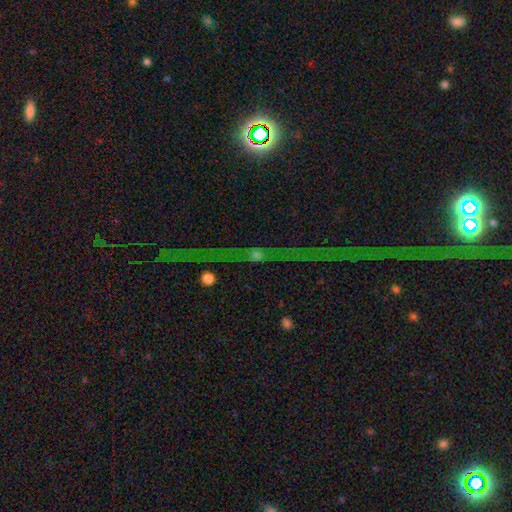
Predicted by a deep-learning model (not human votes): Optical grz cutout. It shows a star or artifact, not a galaxy (75%).